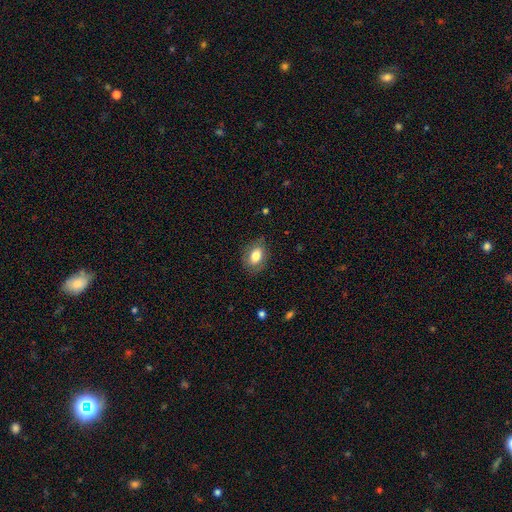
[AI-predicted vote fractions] This is likely a smooth galaxy (77%). How rounded: likely in between (76%). Merging: likely none (77%).